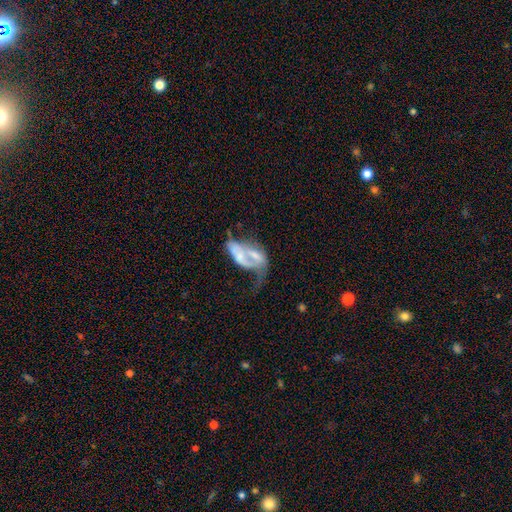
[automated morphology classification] Smooth or featured: featured or disk — 54% (smooth — 38%)
Edge-on disk: no — 94% (yes — 6%)
Bar: no — 71% (weak — 19%)
Spiral arms: no — 72% (yes — 28%)
Bulge size: none — 33% (small — 29%)
Merging: merger — 46% (major disturbance — 33%)